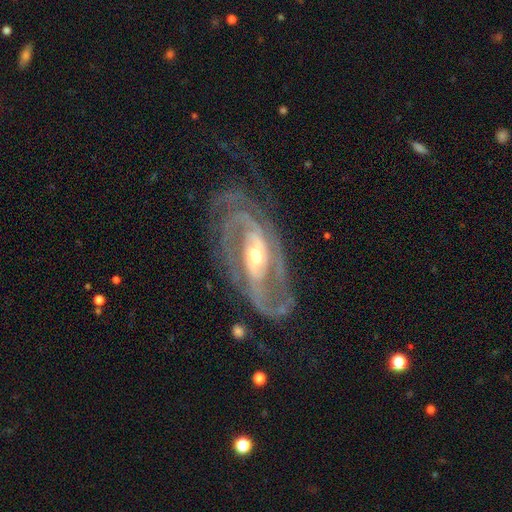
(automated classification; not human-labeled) Q: Smooth or featured?
A: featured or disk (91%); runner-up: smooth (5%)
Q: Edge-on disk?
A: no (95%); runner-up: yes (5%)
Q: Bar?
A: weak (36%); runner-up: strong (35%)
Q: Spiral arms?
A: yes (96%); runner-up: no (4%)
Q: Spiral winding?
A: tight (50%); runner-up: medium (39%)
Q: Spiral arm count?
A: 2 (55%); runner-up: 3 (16%)
Q: Bulge size?
A: moderate (61%); runner-up: small (31%)
Q: Merging?
A: none (67%); runner-up: minor disturbance (19%)